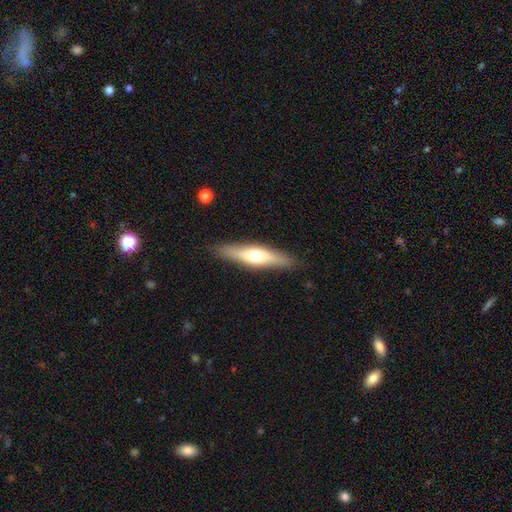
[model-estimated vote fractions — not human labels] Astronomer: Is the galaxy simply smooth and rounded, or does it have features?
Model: featured or disk — 50% (runner-up: smooth, 45%).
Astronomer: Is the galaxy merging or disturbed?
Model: none — 88%.